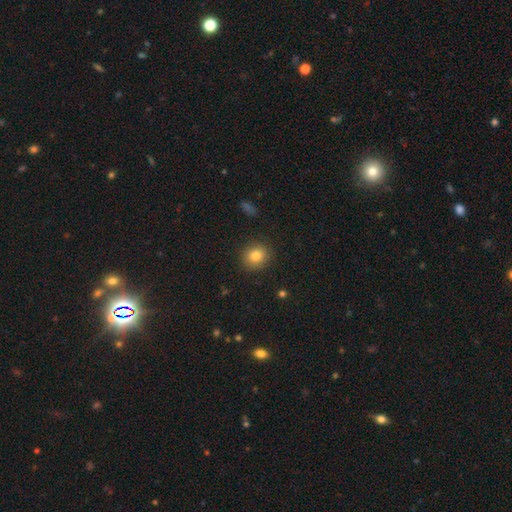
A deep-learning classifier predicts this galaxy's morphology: Q: Smooth or featured?
A: smooth (82%); runner-up: star or artifact (10%)
Q: How rounded?
A: round (85%); runner-up: in between (14%)
Q: Merging?
A: none (89%); runner-up: minor disturbance (8%)